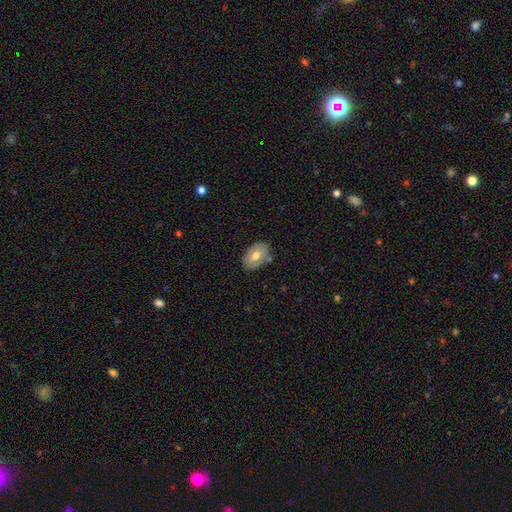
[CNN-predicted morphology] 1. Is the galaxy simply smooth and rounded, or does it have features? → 69% smooth, 24% featured or disk, 7% star or artifact.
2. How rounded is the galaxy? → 88% in between, 11% round, 1% cigar-shaped.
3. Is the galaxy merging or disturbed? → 77% none, 16% minor disturbance, 5% merger, 3% major disturbance.